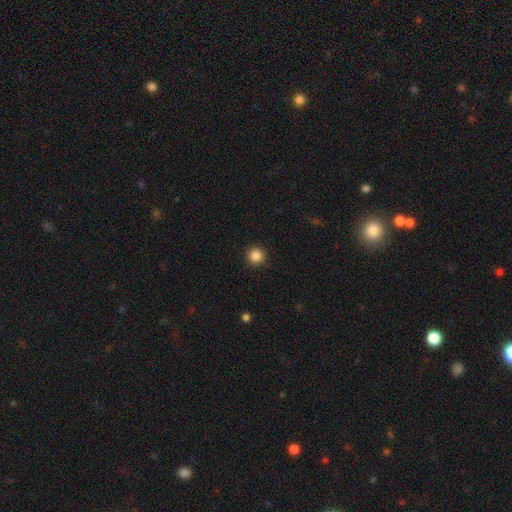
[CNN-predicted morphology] smooth 86%, star or artifact 11%, featured or disk 3%. Down the decision tree: how rounded — round (96%); merging — none (92%).